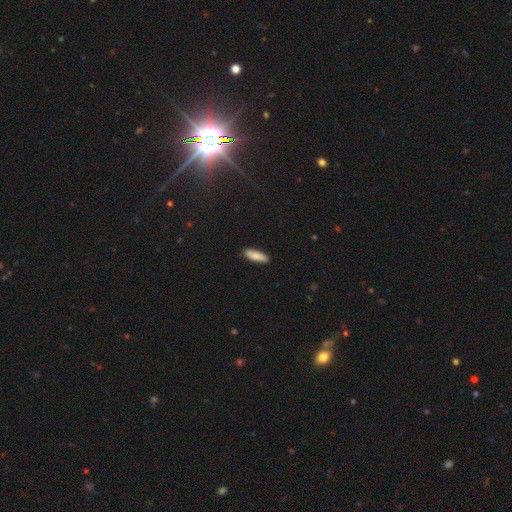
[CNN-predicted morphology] Smooth or featured? smooth (85%)
How rounded? cigar-shaped (51%)
Merging? none (89%)